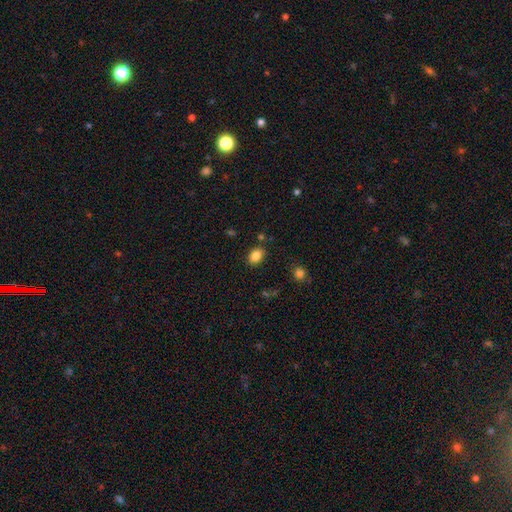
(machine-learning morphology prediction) Smooth or featured? Predicted: smooth (p=0.85). How rounded? Predicted: in between (p=0.73). Merging? Predicted: none (p=0.83).